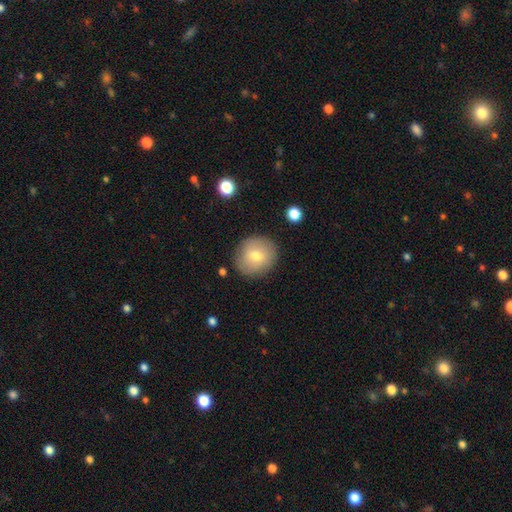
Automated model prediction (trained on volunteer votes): Smooth or featured? smooth (71%)
How rounded? round (81%)
Merging? none (86%)